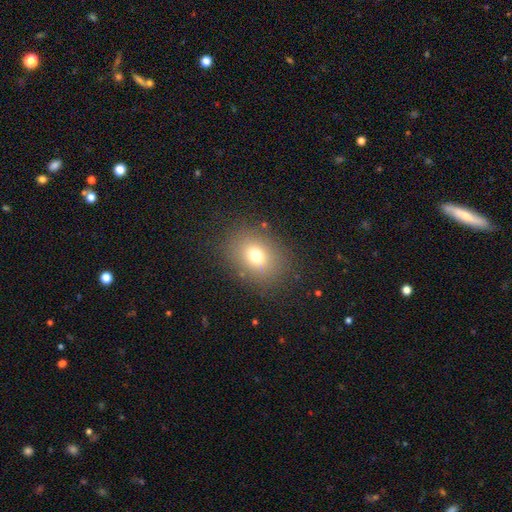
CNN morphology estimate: A smooth galaxy with no disk features (71%) that is in between round and cigar-shaped (52%). Merging: none (84%).